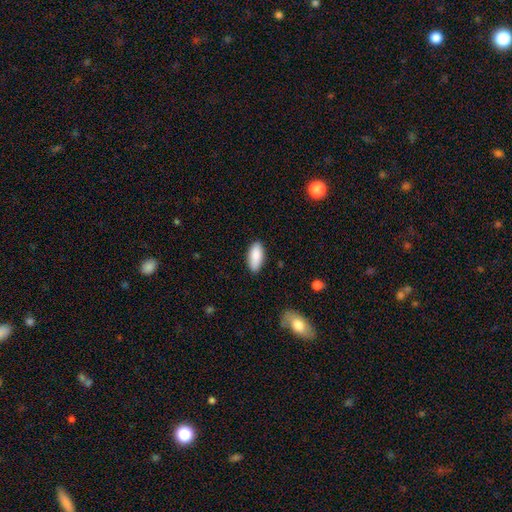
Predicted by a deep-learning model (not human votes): This appears to be a smooth galaxy with no disk features (88%) that is in between round and cigar-shaped (85%). Merging: none (86%).